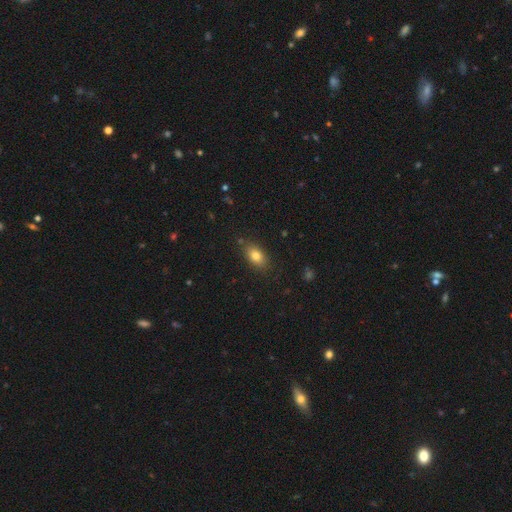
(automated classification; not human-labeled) A smooth galaxy with no disk features (81%) that is in between round and cigar-shaped (86%). Merging: none (83%).